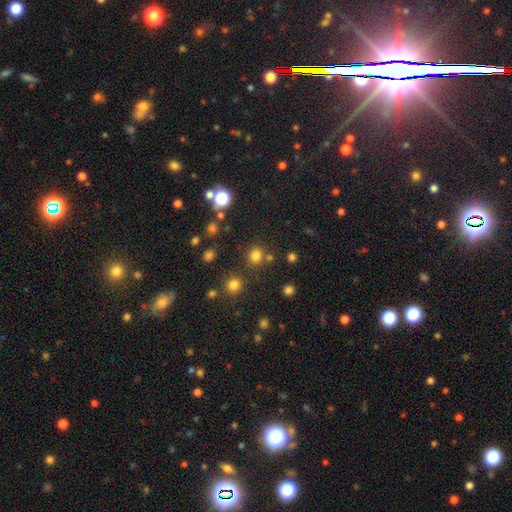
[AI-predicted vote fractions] smooth 77%, star or artifact 18%, featured or disk 5%. Down the decision tree: how rounded — round (82%); merging — none (78%).